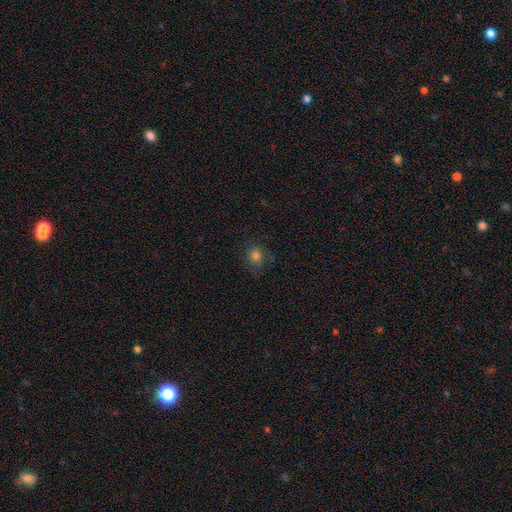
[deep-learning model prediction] Smooth or featured: smooth — 77% (star or artifact — 15%)
How rounded: round — 83% (in between — 16%)
Merging: none — 75% (minor disturbance — 17%)